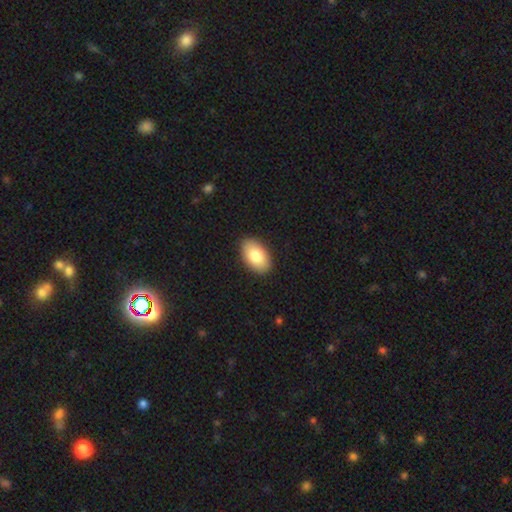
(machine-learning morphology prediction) Smooth or featured? smooth (83%)
How rounded? in between (94%)
Merging? none (90%)